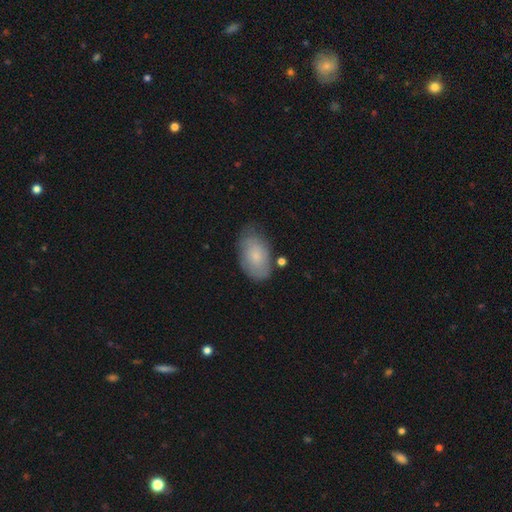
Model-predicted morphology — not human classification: A smooth galaxy with no disk features (74%) that is in between round and cigar-shaped (93%).

Vote fractions:
- Smooth or featured? smooth: 74% / featured or disk: 20% / star or artifact: 7%
- How rounded? in between: 93% / round: 5% / cigar-shaped: 1%
- Merging? none: 67% / minor disturbance: 24% / major disturbance: 5% / merger: 3%